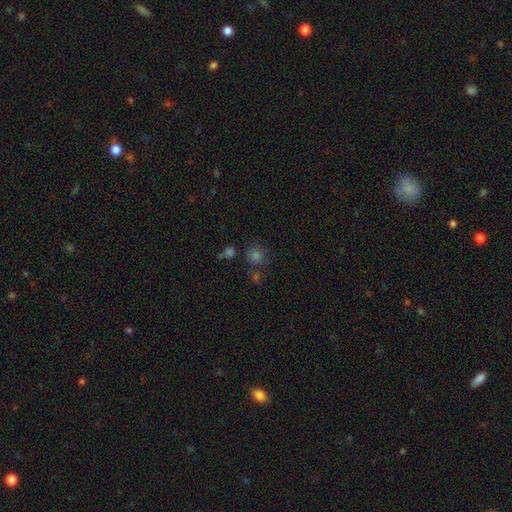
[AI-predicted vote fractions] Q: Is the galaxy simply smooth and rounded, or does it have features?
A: smooth — 63%.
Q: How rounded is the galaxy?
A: round — 84%.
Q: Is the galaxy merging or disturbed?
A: none — 72%.